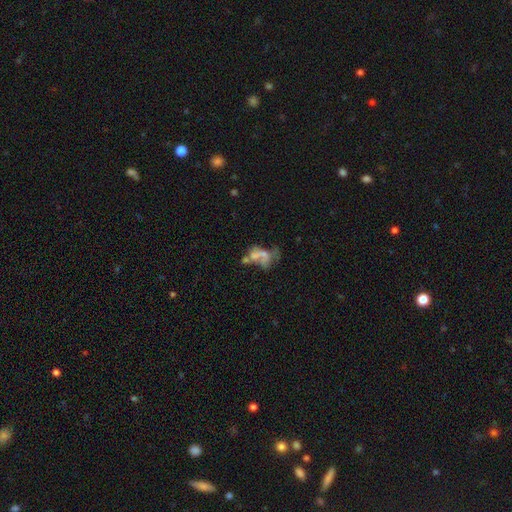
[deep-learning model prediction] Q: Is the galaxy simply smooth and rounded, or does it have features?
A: featured or disk — 48%.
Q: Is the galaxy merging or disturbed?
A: merger — 39%.